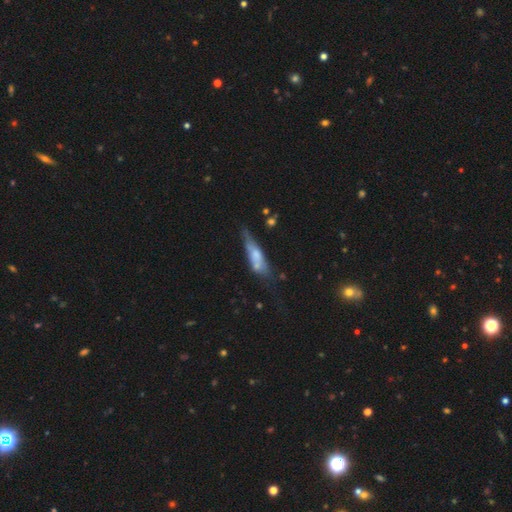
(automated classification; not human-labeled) Smooth or featured? featured or disk (48%)
Merging? none (40%)